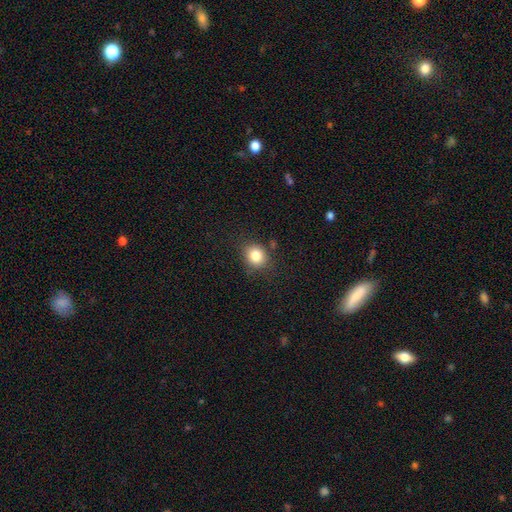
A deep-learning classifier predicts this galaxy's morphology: Smooth or featured? Predicted: smooth (p=0.83). How rounded? Predicted: round (p=0.73). Merging? Predicted: none (p=0.81).